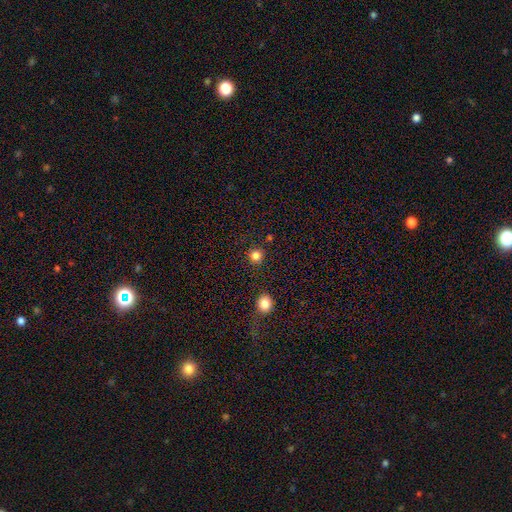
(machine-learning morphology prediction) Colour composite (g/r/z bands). It shows a smooth galaxy with no disk features (83%) that is round (93%). Merging: none (87%).